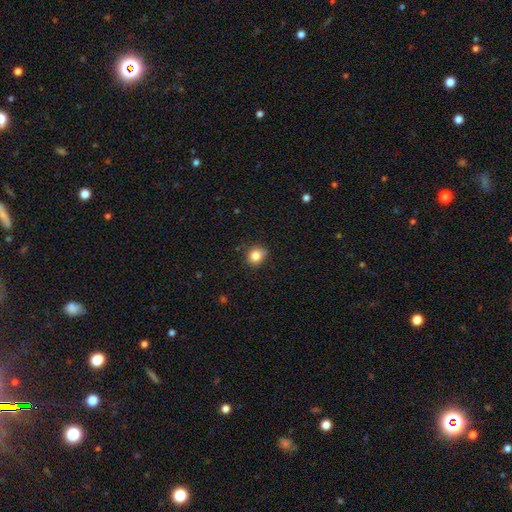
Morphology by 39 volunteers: smooth-or-featured: smooth: 87% | star or artifact: 8% | featured or disk: 5%
  how-rounded: round: 88% | in between: 6% | cigar-shaped: 6%
  merging: none: 78% | minor disturbance: 19% | major disturbance: 3% | merger: 0%